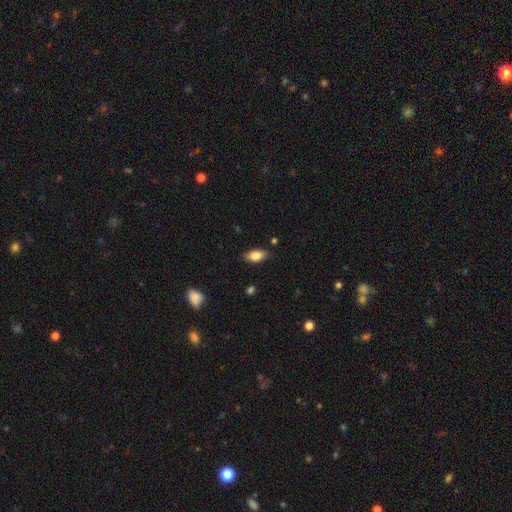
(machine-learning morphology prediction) smooth_or_featured: smooth (p=0.84) [alt: featured or disk p=0.09]
how_rounded: in between (p=0.90) [alt: cigar-shaped p=0.06]
merging: none (p=0.83) [alt: minor disturbance p=0.13]